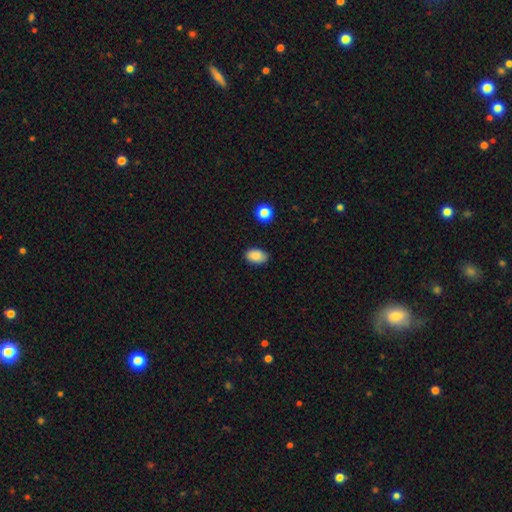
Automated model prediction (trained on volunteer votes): Smooth or featured?
  - smooth: 87% *
  - star or artifact: 8%
  - featured or disk: 4%
How rounded?
  - in between: 89% *
  - round: 10%
  - cigar-shaped: 1%
Merging?
  - none: 83% *
  - minor disturbance: 14%
  - major disturbance: 3%
  - merger: 1%